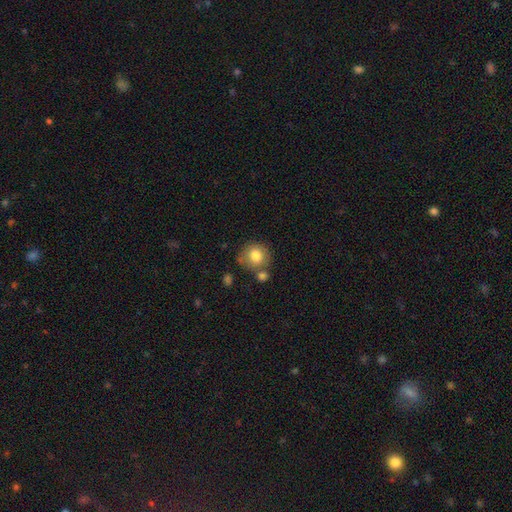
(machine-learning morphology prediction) Smooth or featured? Predicted: smooth (p=0.80). How rounded? Predicted: round (p=0.83). Merging? Predicted: none (p=0.64).